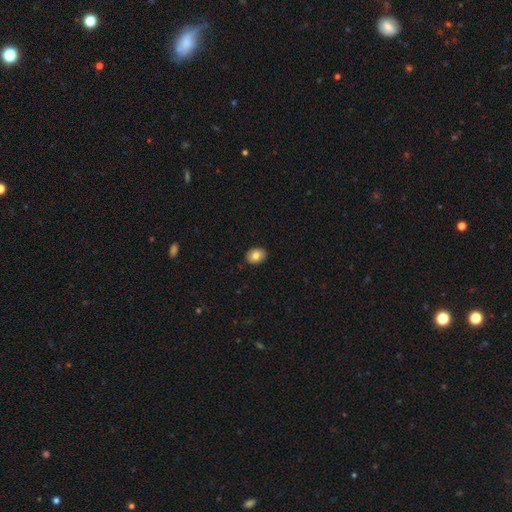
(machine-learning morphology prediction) Overall: smooth (82%). How rounded: in between (58%; round 41%). Merging: none (91%).